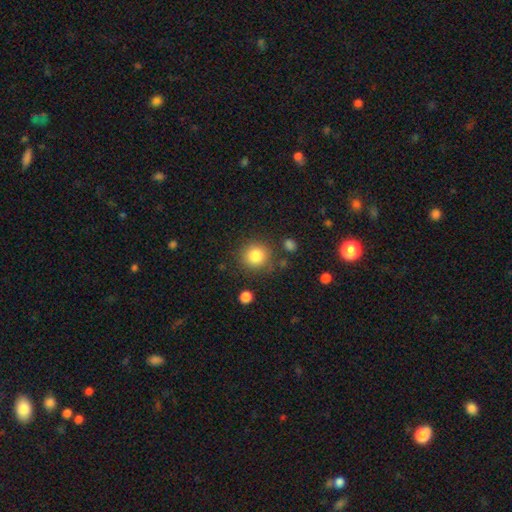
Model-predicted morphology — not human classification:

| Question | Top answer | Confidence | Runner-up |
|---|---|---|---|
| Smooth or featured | smooth | 84% | star or artifact (10%) |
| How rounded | round | 91% | in between (9%) |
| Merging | none | 83% | minor disturbance (10%) |